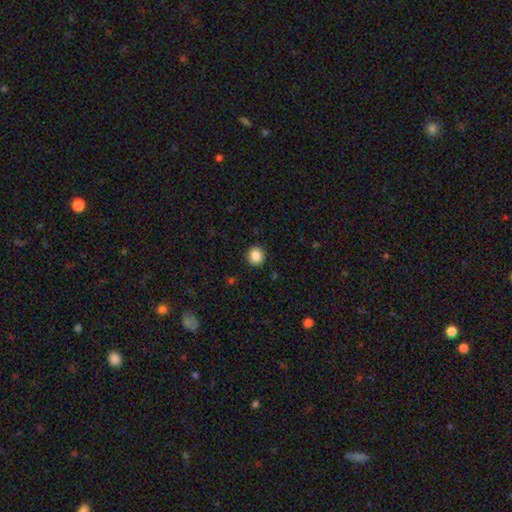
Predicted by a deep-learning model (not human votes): A smooth galaxy with no disk features (87%) that is round (87%).

Vote fractions:
- Smooth or featured? smooth: 87% / star or artifact: 9% / featured or disk: 4%
- How rounded? round: 87% / in between: 12% / cigar-shaped: 1%
- Merging? none: 90% / minor disturbance: 7% / major disturbance: 2% / merger: 1%